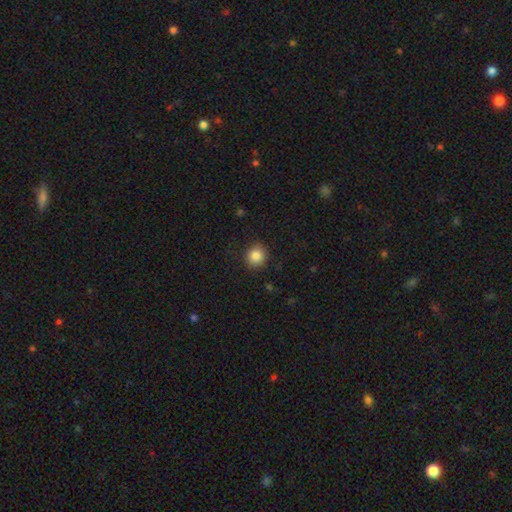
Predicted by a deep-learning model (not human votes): Morphology: type=smooth (86%); roundness=round (89%); merging=none (89%).